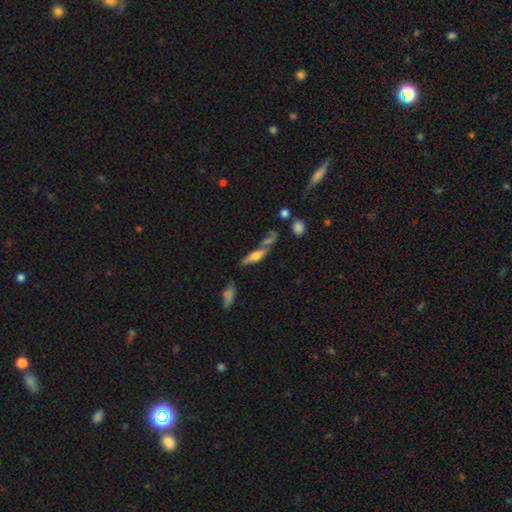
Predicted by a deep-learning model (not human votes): Overall: featured or disk (47%; smooth 44%). Merging: none (43%; merger 28%).